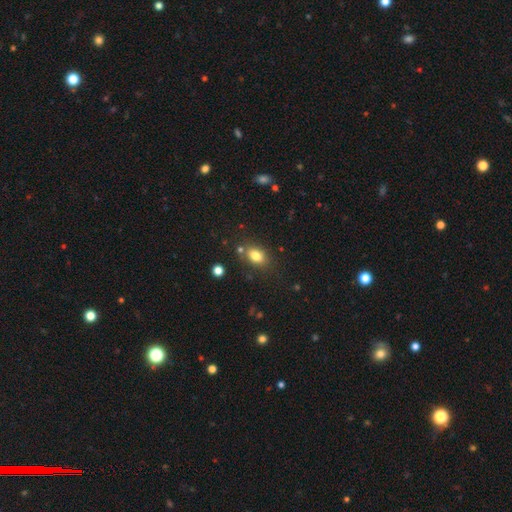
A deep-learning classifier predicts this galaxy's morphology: Overall: smooth (80%). How rounded: in between (74%). Merging: none (75%).